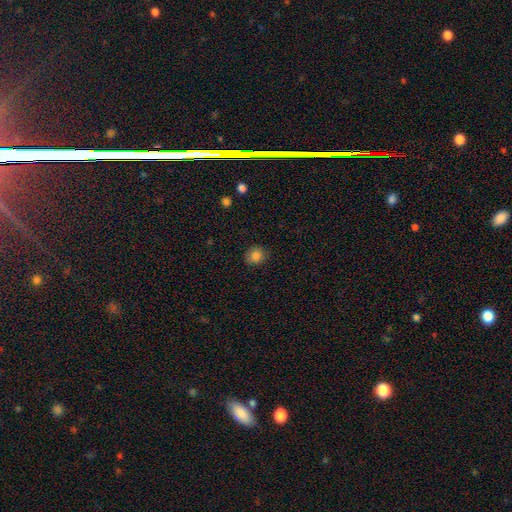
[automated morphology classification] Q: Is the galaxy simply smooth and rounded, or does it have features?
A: smooth — 84%.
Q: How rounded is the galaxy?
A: round — 79%.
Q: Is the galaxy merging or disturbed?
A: none — 85%.